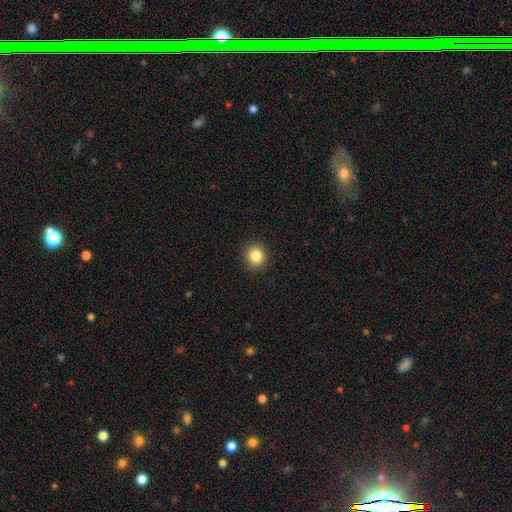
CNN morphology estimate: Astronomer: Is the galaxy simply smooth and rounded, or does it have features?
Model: smooth — 85%.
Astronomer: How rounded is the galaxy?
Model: round — 84%.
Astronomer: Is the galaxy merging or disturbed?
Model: none — 91%.